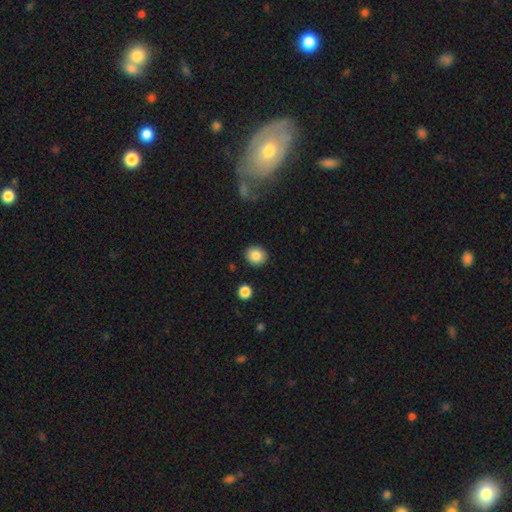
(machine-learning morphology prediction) Overall: smooth (85%). How rounded: round (85%). Merging: none (90%).